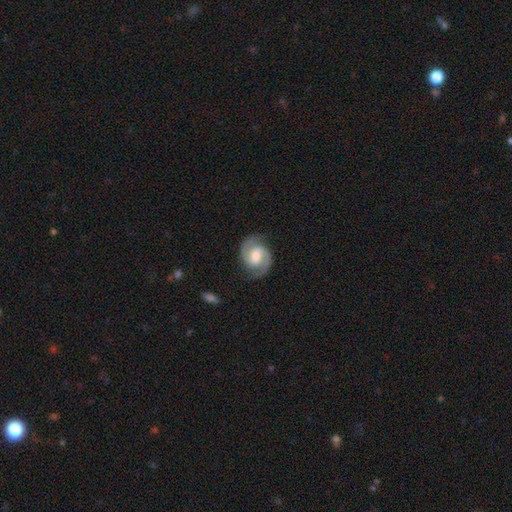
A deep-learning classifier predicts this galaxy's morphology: Smooth or featured? featured or disk (89%)
Edge-on disk? no (98%)
Bar? weak (50%)
Spiral arms? yes (98%)
Spiral winding? medium (53%)
Spiral arm count? 2 (93%)
Bulge size? moderate (63%)
Merging? none (83%)